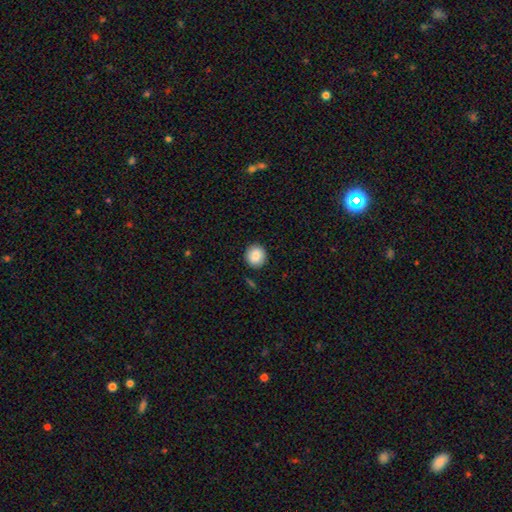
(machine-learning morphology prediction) The model was most divided on "smooth or featured": smooth: 87%, star or artifact: 8%, featured or disk: 5%. More confident: how rounded — round (92%); merging — none (89%).